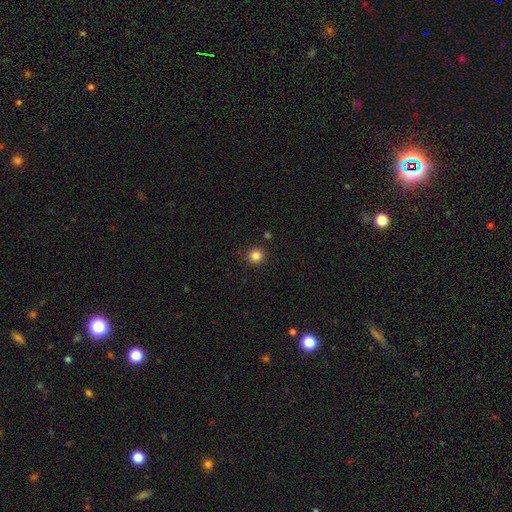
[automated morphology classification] The model was most divided on "smooth or featured": smooth: 84%, star or artifact: 12%, featured or disk: 4%. More confident: how rounded — round (94%); merging — none (90%).